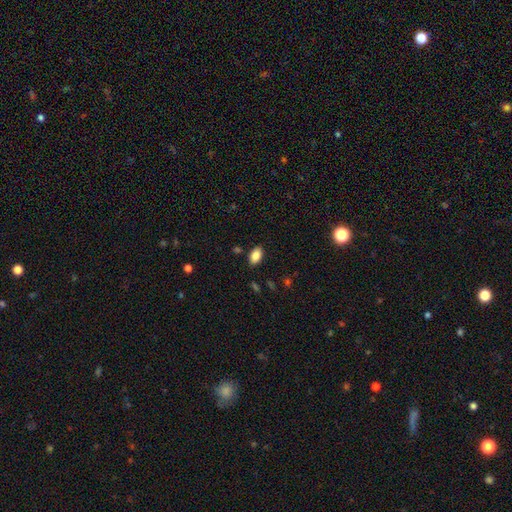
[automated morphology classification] This appears to be a smooth galaxy with no disk features (86%) that is in between round and cigar-shaped (92%). Merging: none (86%).